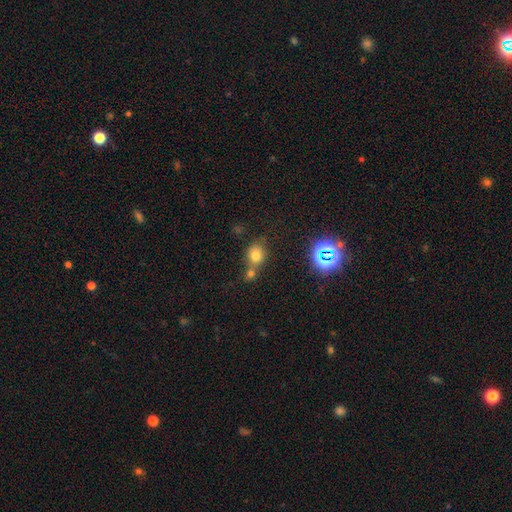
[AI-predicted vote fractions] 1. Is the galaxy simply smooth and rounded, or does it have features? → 74% smooth, 17% star or artifact, 10% featured or disk.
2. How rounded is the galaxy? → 66% round, 33% in between, 1% cigar-shaped.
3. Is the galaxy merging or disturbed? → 45% none, 38% merger, 12% minor disturbance, 5% major disturbance.